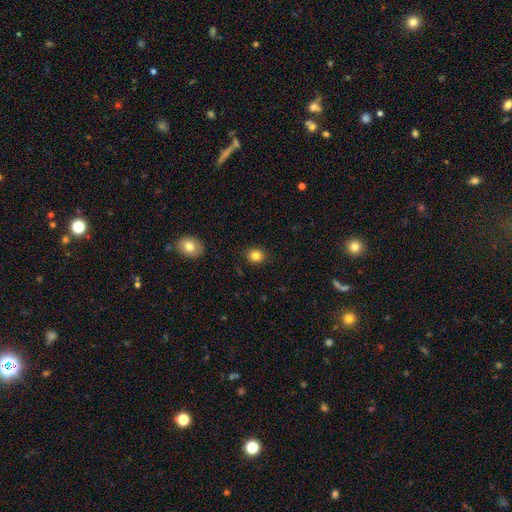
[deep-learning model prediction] The model was most divided on "how rounded": round: 70%, in between: 29%, cigar-shaped: 1%. More confident: merging — none (88%); smooth or featured — smooth (83%).